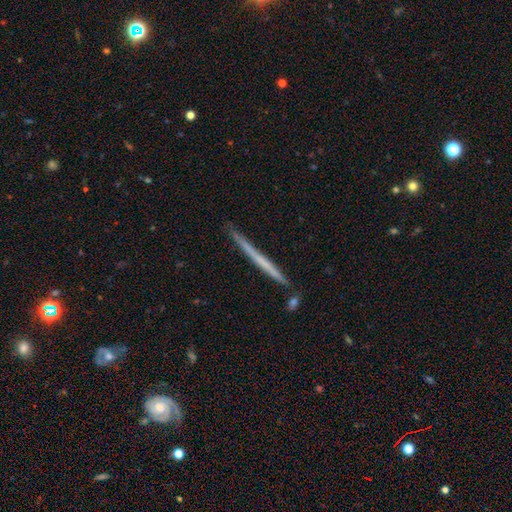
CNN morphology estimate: A featured or disk galaxy (55%) viewed edge-on (98%) with no central bulge (89%).

Vote fractions:
- Smooth or featured? featured or disk: 55% / smooth: 39% / star or artifact: 6%
- Edge-on disk? yes: 98% / no: 2%
- Edge-on bulge? none: 89% / rounded: 8% / boxy: 3%
- Merging? none: 88% / minor disturbance: 8% / merger: 2% / major disturbance: 2%